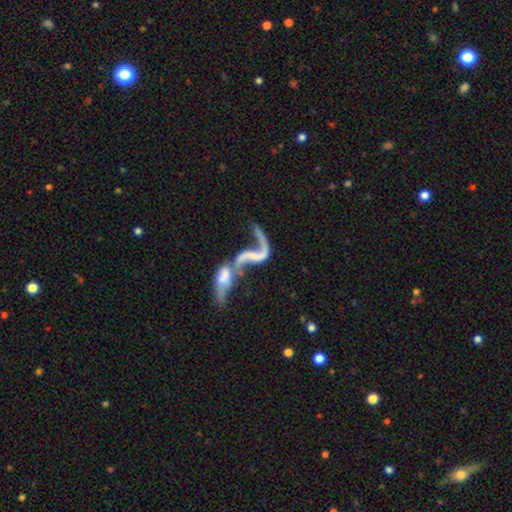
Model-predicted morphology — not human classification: Smooth or featured? featured or disk (78%)
Edge-on disk? no (92%)
Bar? no (49%)
Spiral arms? yes (76%)
Spiral winding? loose (93%)
Spiral arm count? 2 (73%)
Bulge size? none (54%)
Merging? merger (70%)